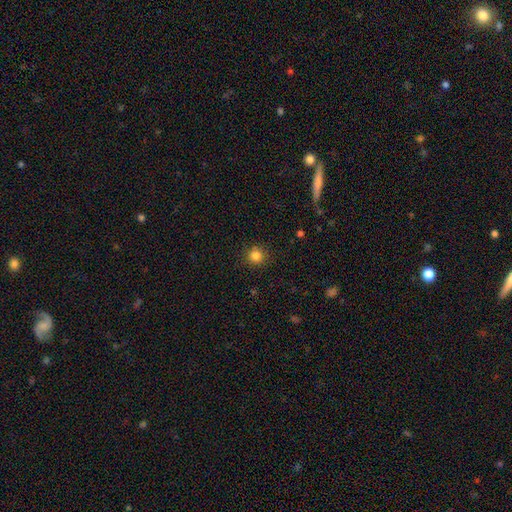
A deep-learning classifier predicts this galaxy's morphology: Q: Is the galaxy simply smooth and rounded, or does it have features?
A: smooth — 84%.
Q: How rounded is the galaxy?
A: round — 93%.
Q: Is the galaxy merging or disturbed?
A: none — 89%.